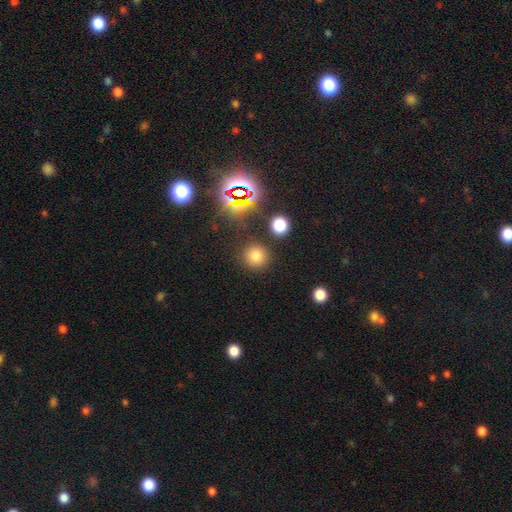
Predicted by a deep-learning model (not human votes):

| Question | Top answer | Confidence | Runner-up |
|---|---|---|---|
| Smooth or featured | smooth | 71% | star or artifact (22%) |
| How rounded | round | 93% | in between (6%) |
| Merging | none | 86% | minor disturbance (7%) |